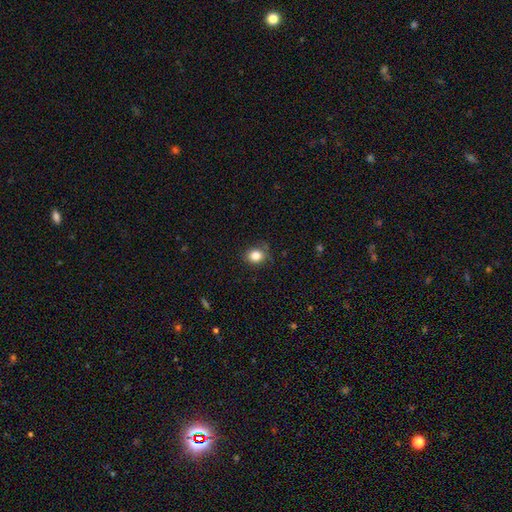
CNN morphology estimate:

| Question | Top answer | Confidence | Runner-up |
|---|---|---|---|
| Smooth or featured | smooth | 83% | star or artifact (11%) |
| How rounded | round | 73% | in between (26%) |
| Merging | none | 79% | minor disturbance (16%) |